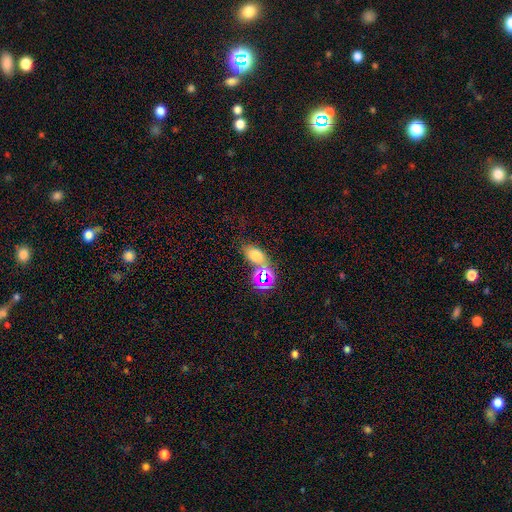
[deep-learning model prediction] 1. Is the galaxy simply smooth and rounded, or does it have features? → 63% smooth, 26% star or artifact, 10% featured or disk.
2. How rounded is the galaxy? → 80% in between, 17% round, 3% cigar-shaped.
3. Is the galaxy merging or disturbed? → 53% none, 29% merger, 13% minor disturbance, 6% major disturbance.